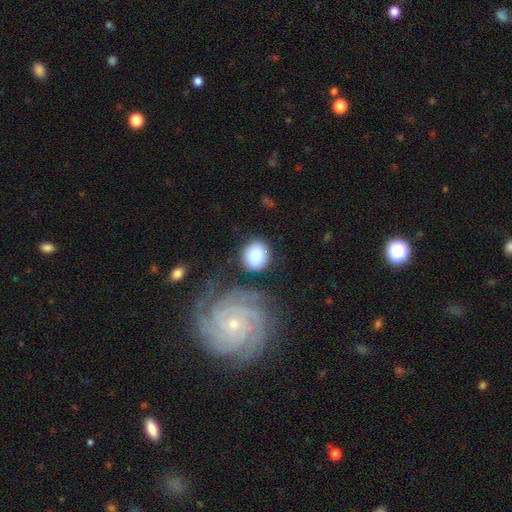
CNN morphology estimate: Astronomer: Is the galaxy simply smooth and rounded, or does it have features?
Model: smooth — 84%.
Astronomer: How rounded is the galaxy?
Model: round — 81%.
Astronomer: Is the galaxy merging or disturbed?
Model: none — 71%.